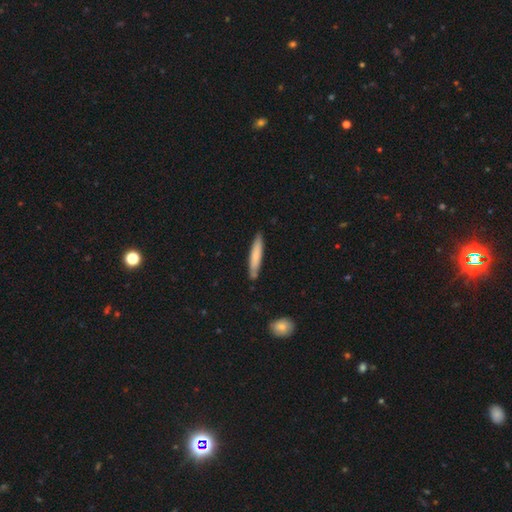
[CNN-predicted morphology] smooth_or_featured: smooth (p=0.75) [alt: featured or disk p=0.20]
how_rounded: cigar-shaped (p=0.91) [alt: in between p=0.08]
merging: none (p=0.83) [alt: minor disturbance p=0.13]